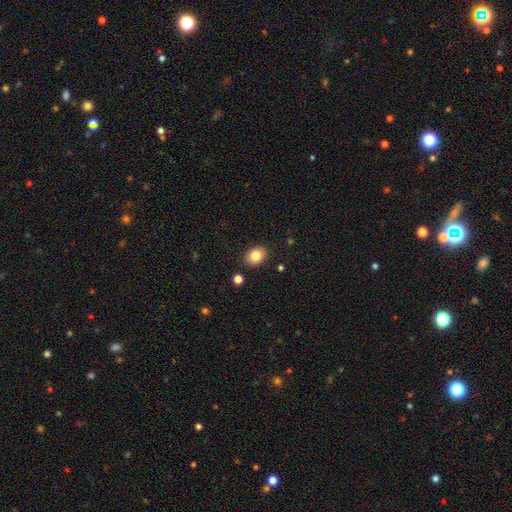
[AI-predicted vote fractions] This is clearly a smooth galaxy (83%). How rounded: likely in between (63%). Merging: clearly none (89%).